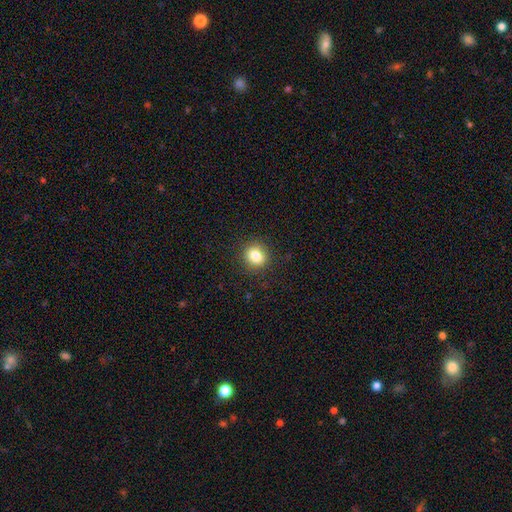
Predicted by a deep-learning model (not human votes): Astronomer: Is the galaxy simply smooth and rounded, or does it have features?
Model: smooth — 82%.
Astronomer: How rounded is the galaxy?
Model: round — 76%.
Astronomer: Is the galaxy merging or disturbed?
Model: none — 90%.